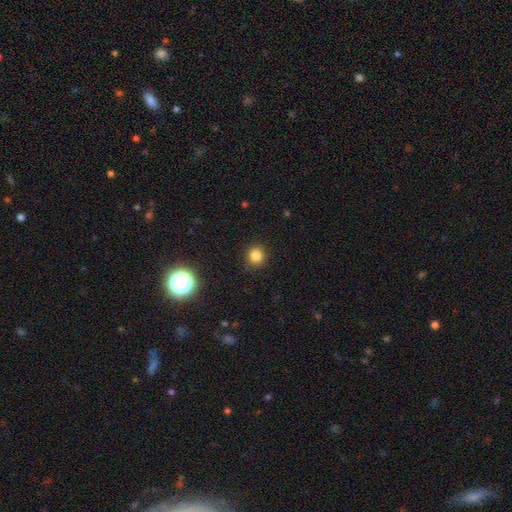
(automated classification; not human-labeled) Smooth or featured? smooth (81%)
How rounded? round (91%)
Merging? none (89%)